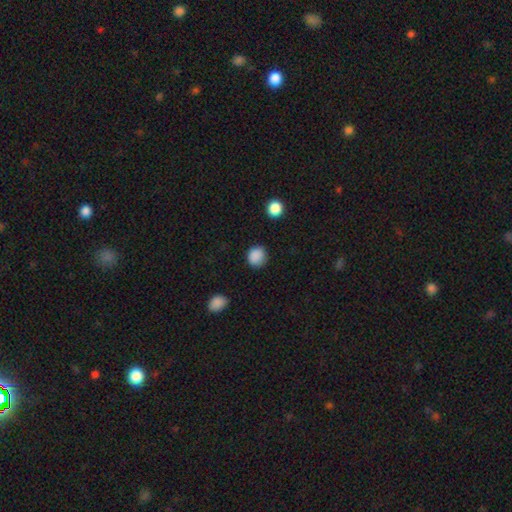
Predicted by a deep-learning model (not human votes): Q: Smooth or featured?
A: smooth (88%); runner-up: star or artifact (9%)
Q: How rounded?
A: round (84%); runner-up: in between (15%)
Q: Merging?
A: none (84%); runner-up: minor disturbance (12%)